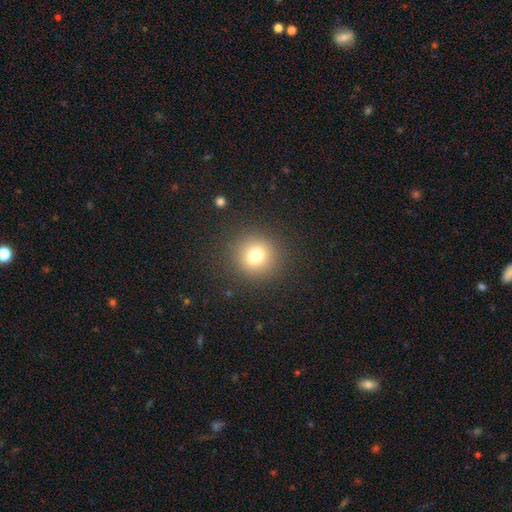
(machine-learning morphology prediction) smooth 75%, star or artifact 15%, featured or disk 10%. Down the decision tree: how rounded — round (93%); merging — none (89%).